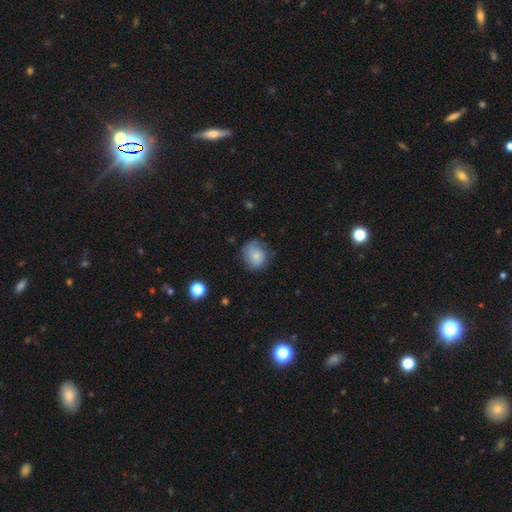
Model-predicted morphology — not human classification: type=smooth (70%); roundness=round (74%); merging=none (63%).